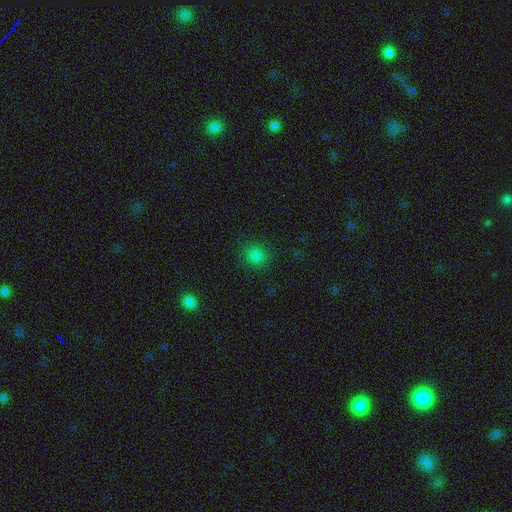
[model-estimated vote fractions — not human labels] A smooth galaxy with no disk features (82%) that is round (89%). Merging: none (88%).